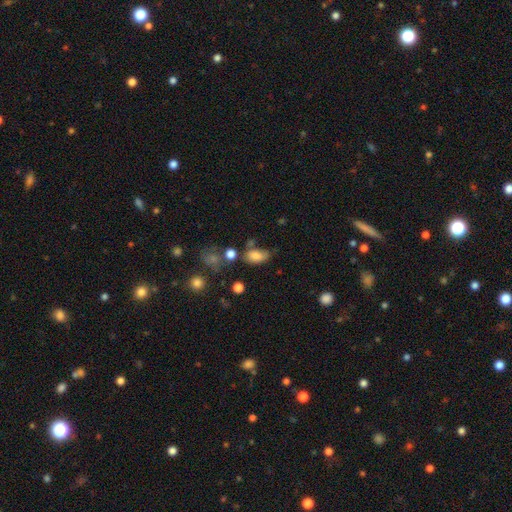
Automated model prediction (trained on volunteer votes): Overall: smooth (81%). How rounded: in between (89%). Merging: none (50%; minor disturbance 28%).